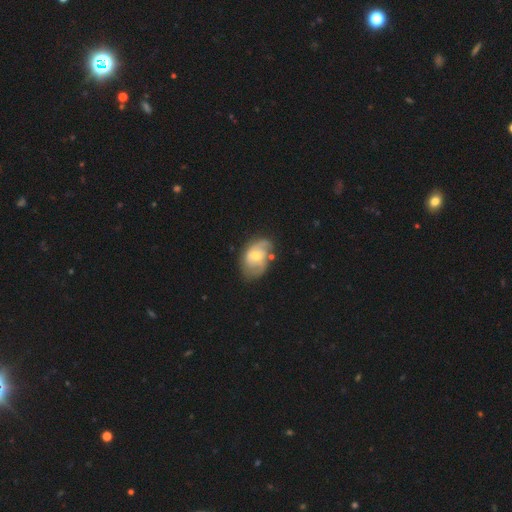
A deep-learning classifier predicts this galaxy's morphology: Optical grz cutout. It shows a featured or disk galaxy (67%) with no bar (57%), 2 (47%) tight (42%) spiral arms (82%) and a moderate central bulge (57%). Merging: none (54%).